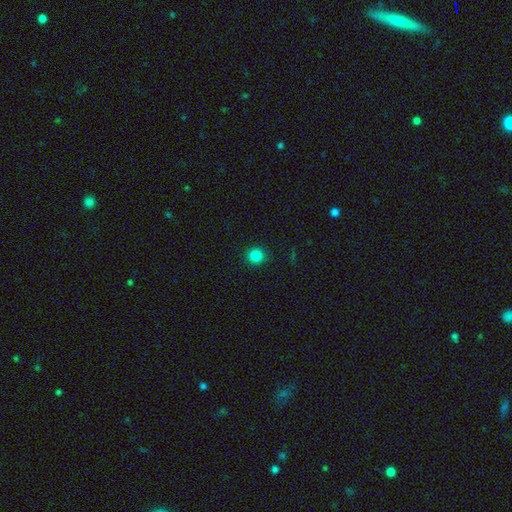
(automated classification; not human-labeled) This is clearly a smooth galaxy (84%). How rounded: clearly round (93%). Merging: clearly none (92%).